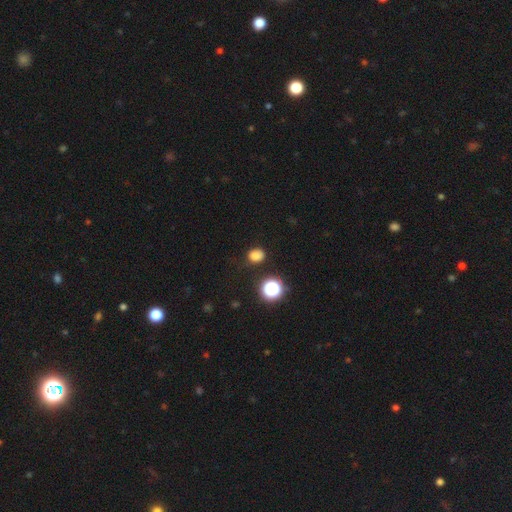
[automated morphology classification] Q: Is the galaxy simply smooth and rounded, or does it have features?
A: smooth — 78%.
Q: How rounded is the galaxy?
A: round — 57%.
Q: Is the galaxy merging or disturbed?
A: none — 78%.